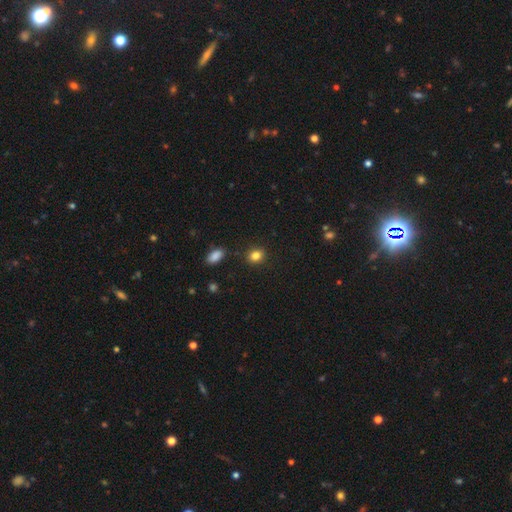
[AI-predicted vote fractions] A smooth galaxy with no disk features (84%) that is round (61%). Merging: none (88%).